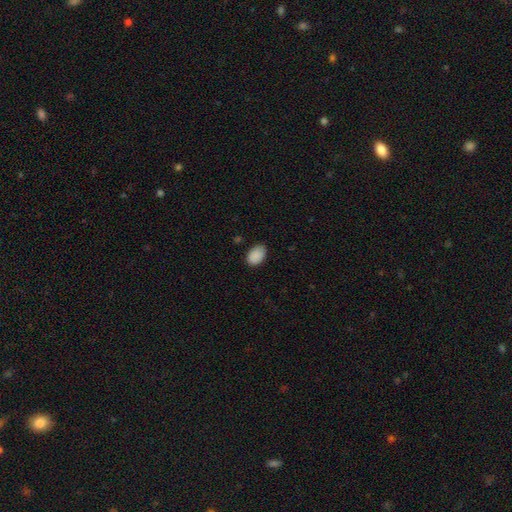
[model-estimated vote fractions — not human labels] The model was most divided on "merging": none: 82%, minor disturbance: 14%, major disturbance: 3%, merger: 1%. More confident: smooth or featured — smooth (90%); how rounded — in between (85%).